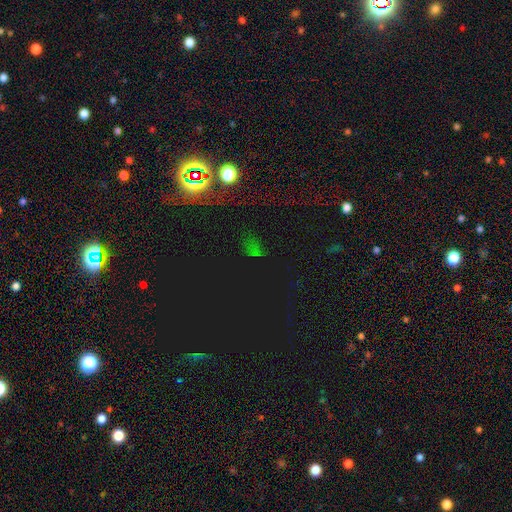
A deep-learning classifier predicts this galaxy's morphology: A star or artifact, not a galaxy (73%).

Vote fractions:
- Smooth or featured? star or artifact: 73% / smooth: 19% / featured or disk: 9%